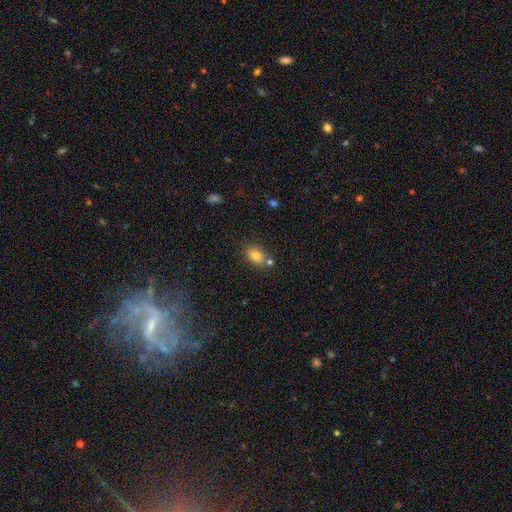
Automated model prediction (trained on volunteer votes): A smooth galaxy with no disk features (80%) that is in between round and cigar-shaped (72%). Merging: none (64%).